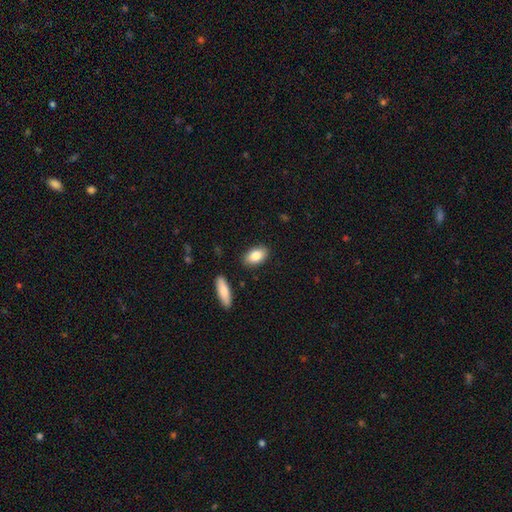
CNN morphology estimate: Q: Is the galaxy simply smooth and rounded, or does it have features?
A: smooth — 83%.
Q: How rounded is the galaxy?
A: in between — 91%.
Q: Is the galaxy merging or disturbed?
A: none — 86%.